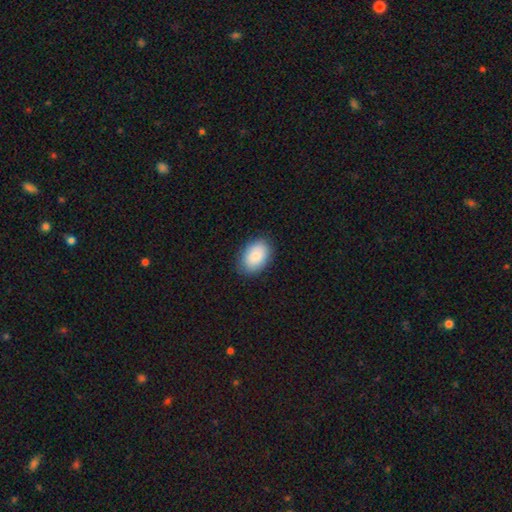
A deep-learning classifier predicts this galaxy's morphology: Overall: smooth (86%). How rounded: in between (86%). Merging: none (86%).